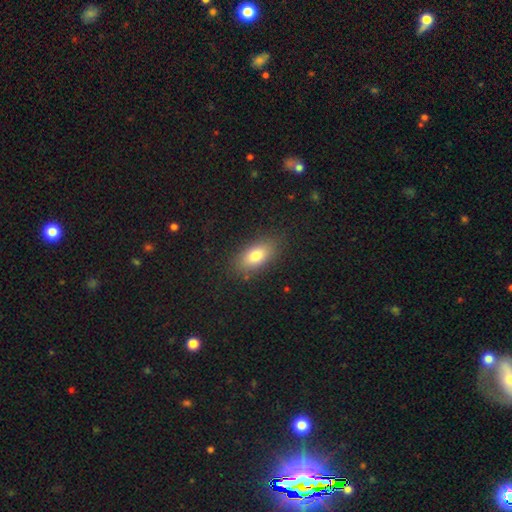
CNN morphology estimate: smooth 79%, featured or disk 12%, star or artifact 9%. Down the decision tree: how rounded — in between (87%); merging — none (84%).